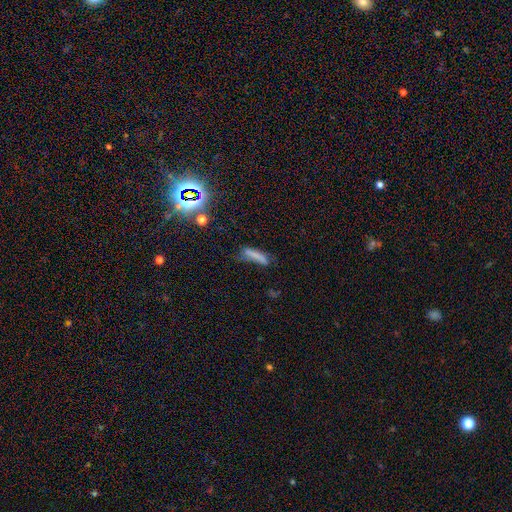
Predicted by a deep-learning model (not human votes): This is likely a smooth galaxy (70%). How rounded: likely cigar-shaped (78%). Merging: marginally none (42%).